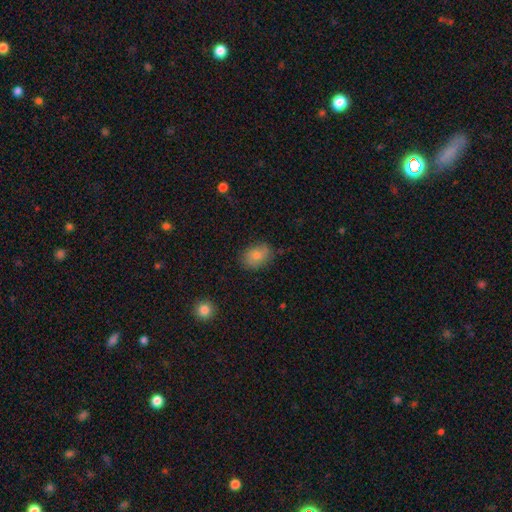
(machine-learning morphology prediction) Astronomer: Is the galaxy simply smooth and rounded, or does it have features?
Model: smooth — 79%.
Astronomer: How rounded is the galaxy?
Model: in between — 72%.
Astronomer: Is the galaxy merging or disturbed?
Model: none — 77%.